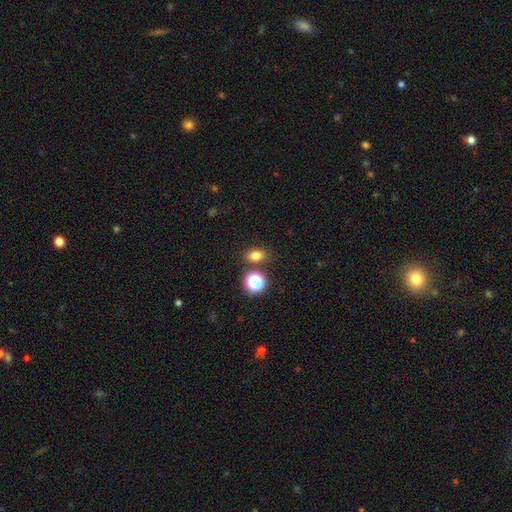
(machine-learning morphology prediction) Smooth or featured: smooth — 77% (star or artifact — 16%)
How rounded: in between — 63% (round — 36%)
Merging: none — 78% (minor disturbance — 10%)